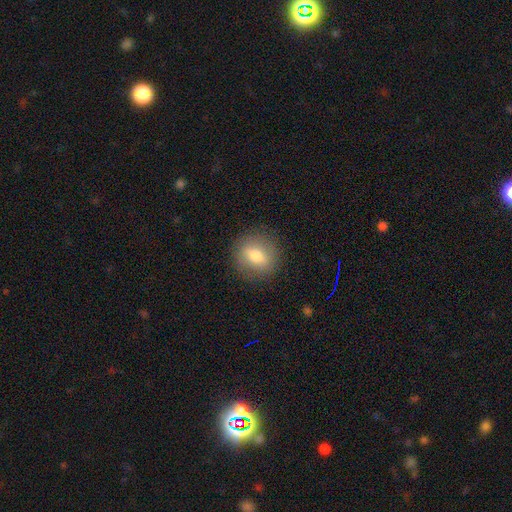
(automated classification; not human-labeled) Smooth or featured: smooth — 74% (featured or disk — 17%)
How rounded: round — 74% (in between — 25%)
Merging: none — 87% (minor disturbance — 9%)